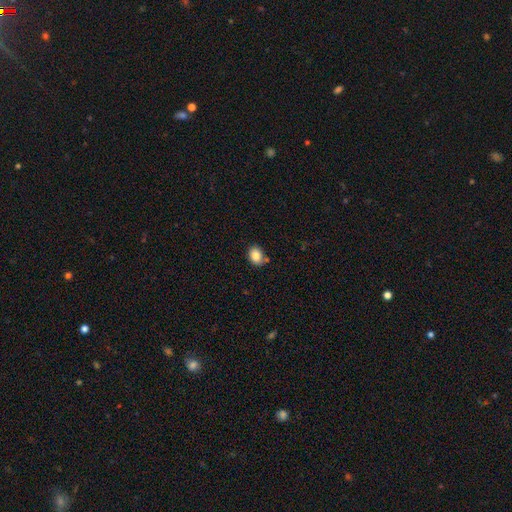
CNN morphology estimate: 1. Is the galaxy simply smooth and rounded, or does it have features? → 85% smooth, 9% star or artifact, 7% featured or disk.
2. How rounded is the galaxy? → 60% in between, 39% round, 1% cigar-shaped.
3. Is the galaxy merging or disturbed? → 75% none, 15% minor disturbance, 7% merger, 3% major disturbance.